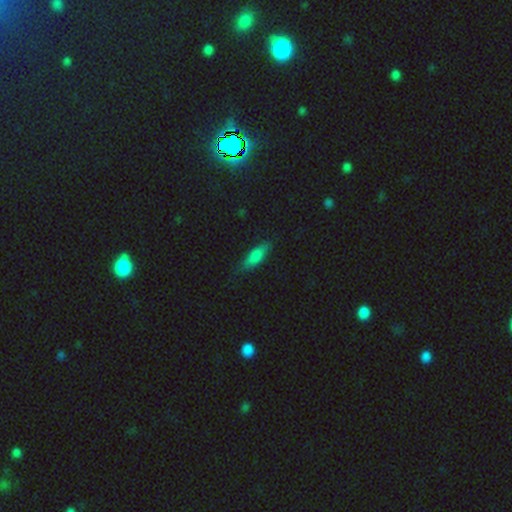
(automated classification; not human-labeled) smooth 75%, featured or disk 16%, star or artifact 9%. Down the decision tree: how rounded — in between (54%); merging — none (80%).